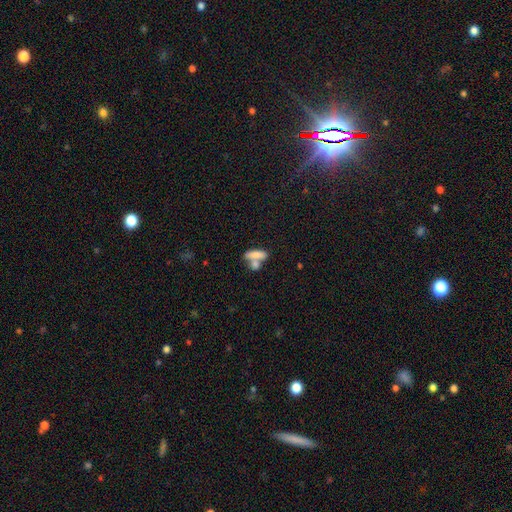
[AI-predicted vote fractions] Q: Smooth or featured?
A: smooth (74%); runner-up: featured or disk (18%)
Q: How rounded?
A: in between (69%); runner-up: cigar-shaped (25%)
Q: Merging?
A: merger (54%); runner-up: none (30%)